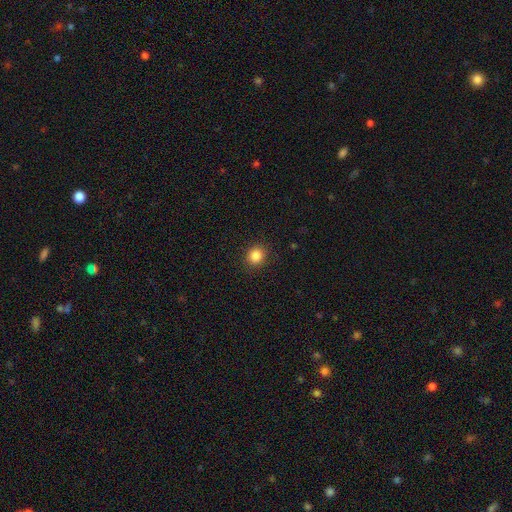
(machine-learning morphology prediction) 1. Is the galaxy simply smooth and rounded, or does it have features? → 85% smooth, 11% star or artifact, 4% featured or disk.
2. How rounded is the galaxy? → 87% round, 12% in between, 1% cigar-shaped.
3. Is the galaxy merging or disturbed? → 90% none, 6% minor disturbance, 2% major disturbance, 1% merger.